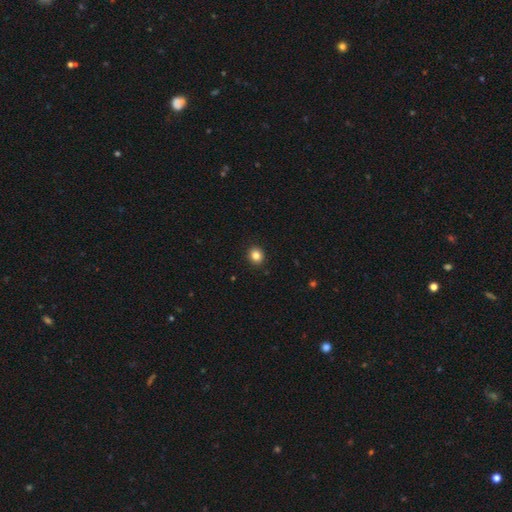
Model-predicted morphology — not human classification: Smooth or featured: smooth — 84% (star or artifact — 11%)
How rounded: round — 83% (in between — 16%)
Merging: none — 92% (minor disturbance — 5%)